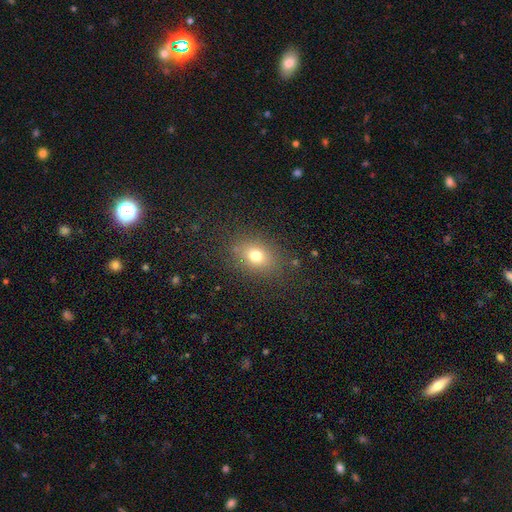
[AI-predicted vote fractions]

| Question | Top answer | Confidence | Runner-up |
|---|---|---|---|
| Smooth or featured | smooth | 75% | star or artifact (14%) |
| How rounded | in between | 63% | round (35%) |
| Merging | none | 82% | minor disturbance (11%) |